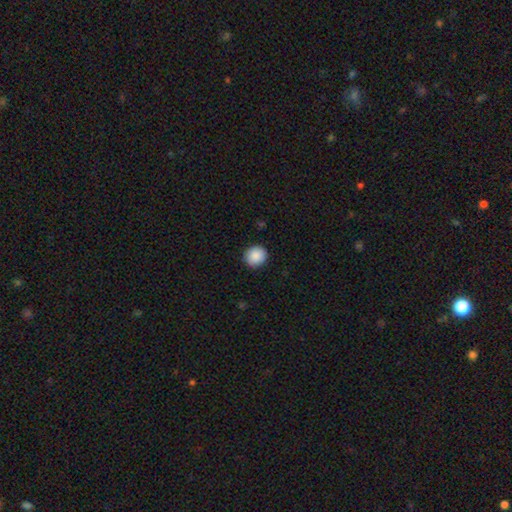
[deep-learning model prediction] A smooth galaxy with no disk features (89%) that is round (87%). Merging: none (90%).